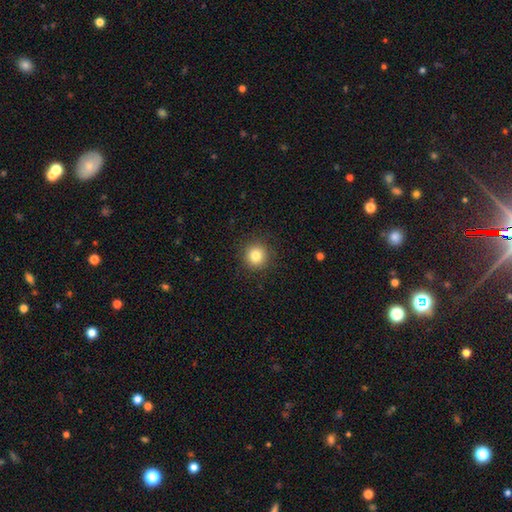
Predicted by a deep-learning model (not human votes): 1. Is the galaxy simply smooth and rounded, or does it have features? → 81% smooth, 12% star or artifact, 7% featured or disk.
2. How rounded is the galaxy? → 94% round, 5% in between, 1% cigar-shaped.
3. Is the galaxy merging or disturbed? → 91% none, 6% minor disturbance, 2% major disturbance, 1% merger.